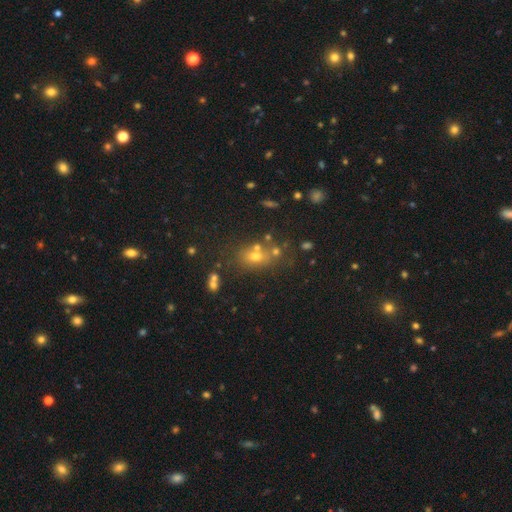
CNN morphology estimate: Smooth or featured: smooth — 56% (star or artifact — 26%)
How rounded: in between — 54% (round — 42%)
Merging: none — 57% (merger — 23%)